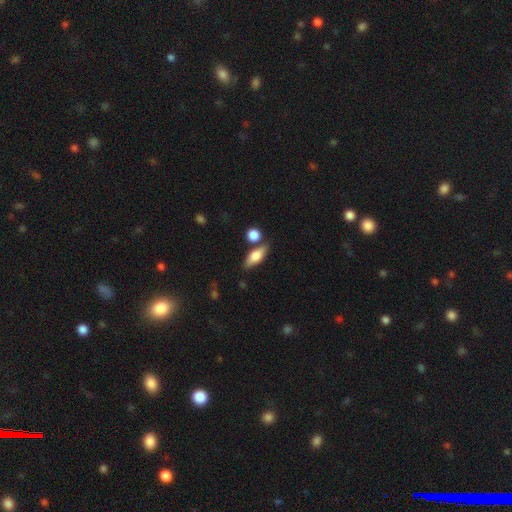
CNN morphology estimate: This is possibly a smooth galaxy (59%). How rounded: likely in between (65%). Merging: likely none (73%).